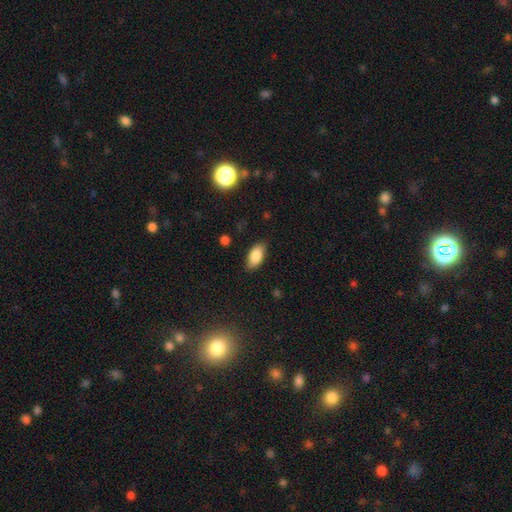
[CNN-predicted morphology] Smooth or featured?
  - smooth: 85% *
  - featured or disk: 8%
  - star or artifact: 7%
How rounded?
  - in between: 91% *
  - cigar-shaped: 6%
  - round: 3%
Merging?
  - none: 83% *
  - minor disturbance: 13%
  - major disturbance: 3%
  - merger: 1%